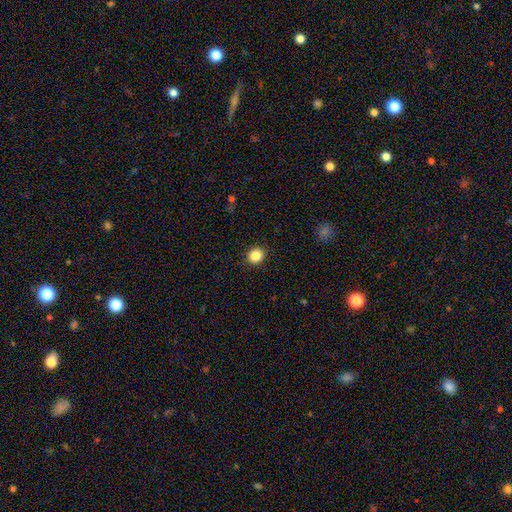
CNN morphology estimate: Q: Smooth or featured?
A: smooth (86%); runner-up: star or artifact (10%)
Q: How rounded?
A: round (82%); runner-up: in between (17%)
Q: Merging?
A: none (91%); runner-up: minor disturbance (6%)